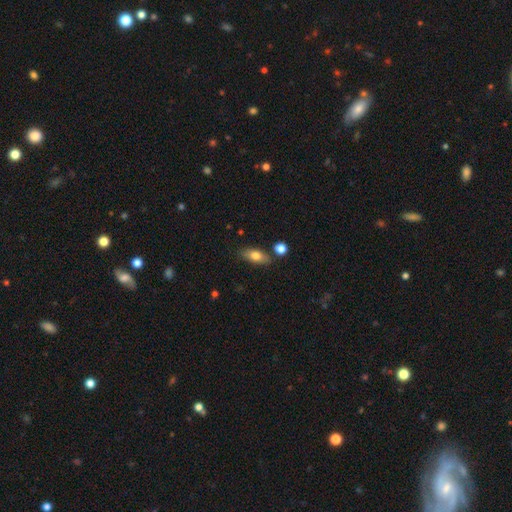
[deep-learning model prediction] smooth_or_featured: smooth (p=0.72) [alt: featured or disk p=0.20]
how_rounded: in between (p=0.78) [alt: cigar-shaped p=0.17]
merging: none (p=0.77) [alt: minor disturbance p=0.13]